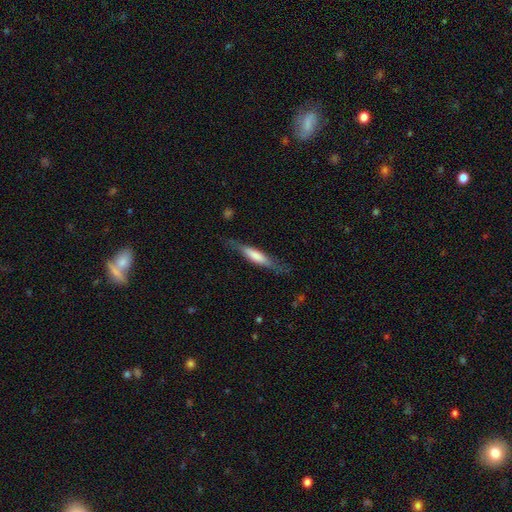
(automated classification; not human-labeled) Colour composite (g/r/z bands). It shows a smooth galaxy with no disk features (57%) that is cigar-shaped (82%). Merging: none (76%).